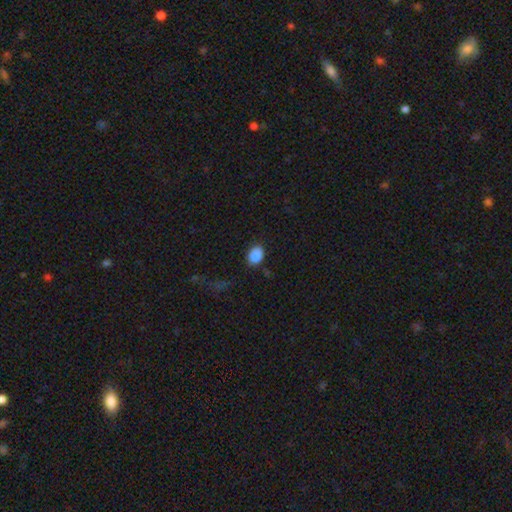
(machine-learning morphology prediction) Q: Smooth or featured?
A: smooth (88%); runner-up: star or artifact (8%)
Q: How rounded?
A: in between (73%); runner-up: round (26%)
Q: Merging?
A: none (82%); runner-up: minor disturbance (13%)